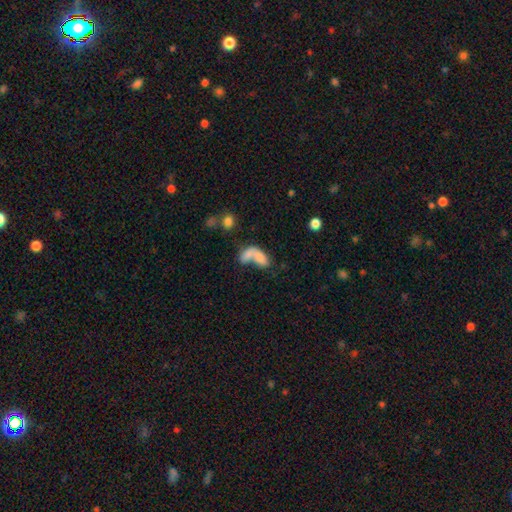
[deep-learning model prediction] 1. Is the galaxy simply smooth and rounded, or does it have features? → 71% smooth, 19% featured or disk, 10% star or artifact.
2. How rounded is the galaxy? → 83% in between, 9% round, 8% cigar-shaped.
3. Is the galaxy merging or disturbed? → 66% merger, 17% none, 10% major disturbance, 7% minor disturbance.